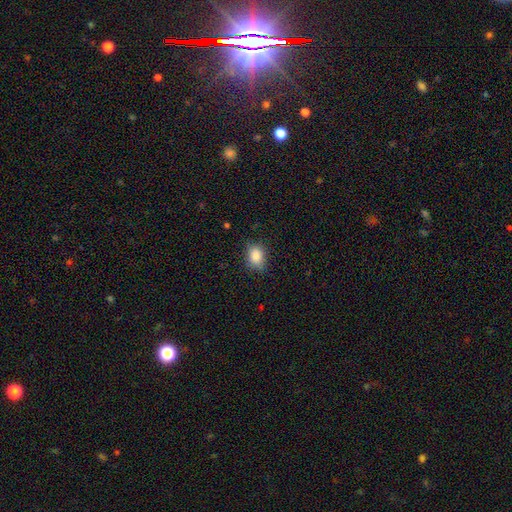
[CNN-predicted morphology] smooth_or_featured: smooth (p=0.84) [alt: star or artifact p=0.09]
how_rounded: in between (p=0.64) [alt: round p=0.34]
merging: none (p=0.75) [alt: minor disturbance p=0.20]